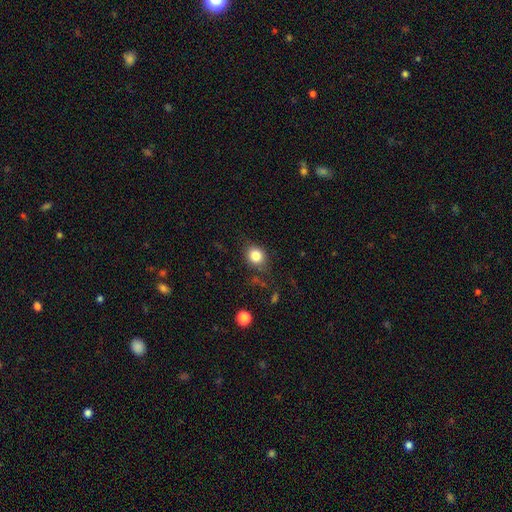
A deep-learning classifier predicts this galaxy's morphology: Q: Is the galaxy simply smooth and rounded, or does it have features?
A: smooth — 83%.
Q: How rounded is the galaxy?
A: round — 68%.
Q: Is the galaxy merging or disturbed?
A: none — 77%.